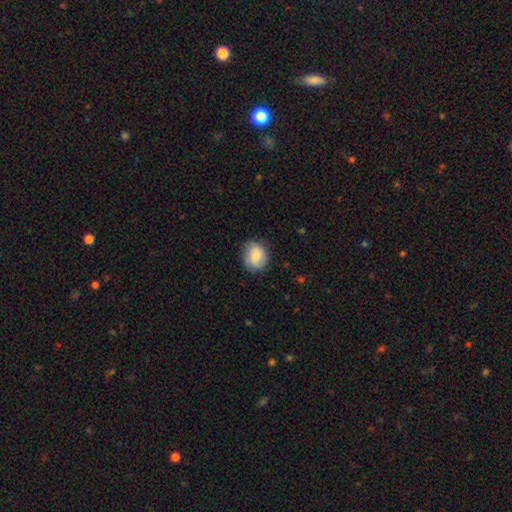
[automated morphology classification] A smooth galaxy with no disk features (76%) that is round (71%). Merging: none (78%).